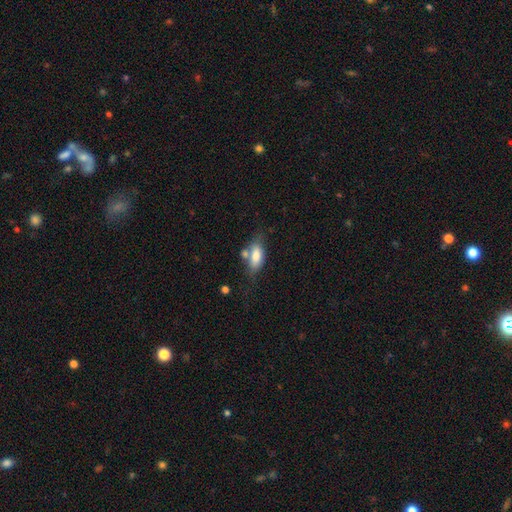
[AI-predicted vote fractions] smooth_or_featured: smooth (p=0.75) [alt: featured or disk p=0.18]
how_rounded: in between (p=0.81) [alt: cigar-shaped p=0.15]
merging: none (p=0.49) [alt: merger p=0.22]